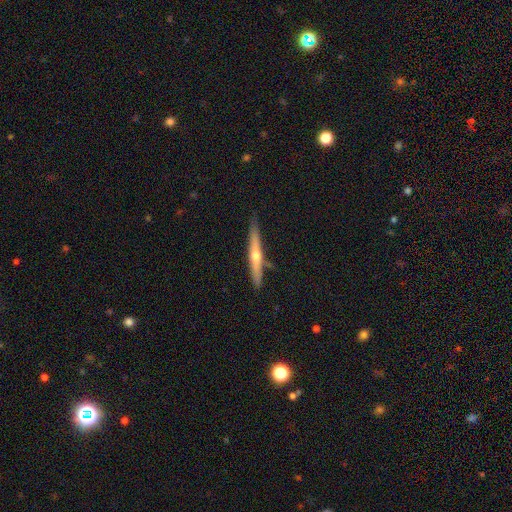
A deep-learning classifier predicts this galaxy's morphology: A featured or disk galaxy (60%) viewed edge-on (96%) with a rounded central bulge (83%).

Vote fractions:
- Smooth or featured? featured or disk: 60% / smooth: 34% / star or artifact: 6%
- Edge-on disk? yes: 96% / no: 4%
- Edge-on bulge? rounded: 83% / none: 15% / boxy: 3%
- Merging? none: 85% / minor disturbance: 10% / merger: 3% / major disturbance: 2%